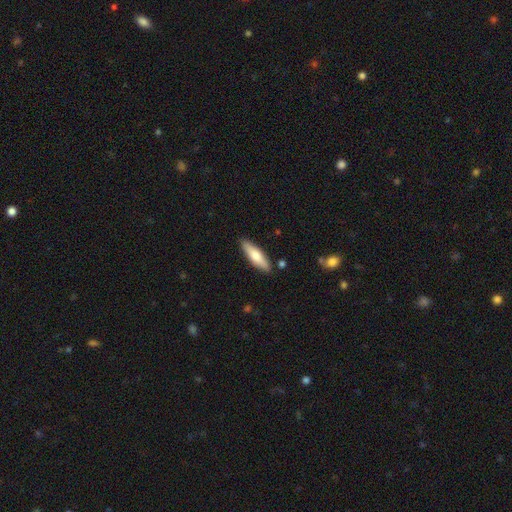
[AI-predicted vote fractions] Morphology: type=smooth (68%); roundness=cigar-shaped (62%); merging=none (88%).